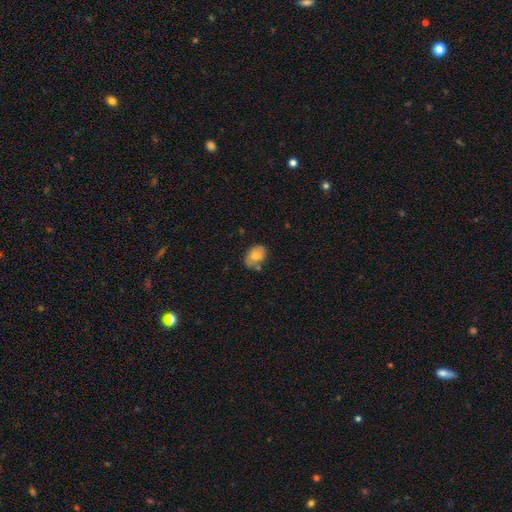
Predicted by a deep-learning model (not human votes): A smooth galaxy with no disk features (64%) that is in between round and cigar-shaped (68%). Merging: none (59%).